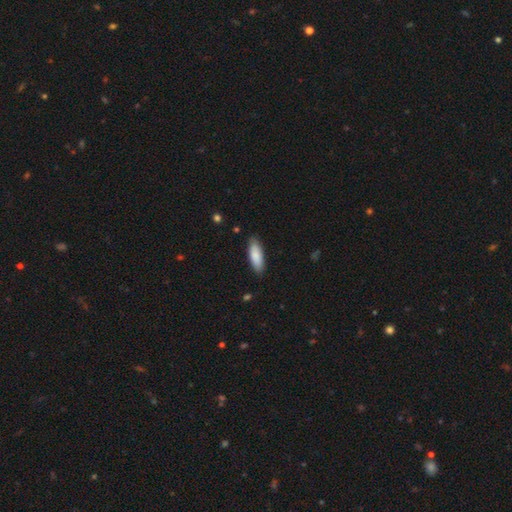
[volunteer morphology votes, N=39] This is clearly a smooth galaxy (90%). How rounded: possibly in between (49%, tied with cigar-shaped). Merging: clearly none (87%).